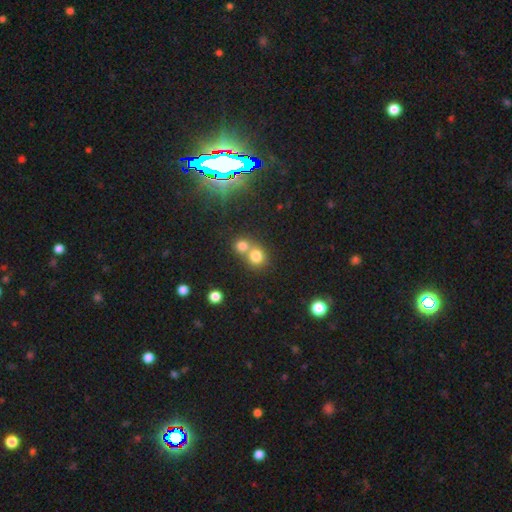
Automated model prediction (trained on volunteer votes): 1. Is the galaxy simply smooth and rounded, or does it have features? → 77% smooth, 14% star or artifact, 9% featured or disk.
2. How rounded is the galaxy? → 84% round, 15% in between, 1% cigar-shaped.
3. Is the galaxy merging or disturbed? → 52% merger, 40% none, 5% minor disturbance, 3% major disturbance.